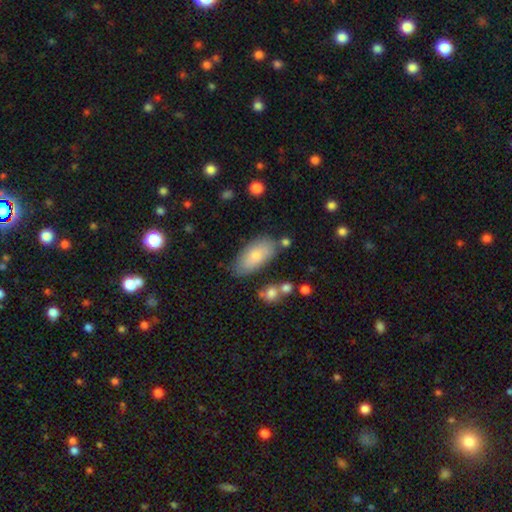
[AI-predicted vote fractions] This is likely a smooth galaxy (78%). How rounded: clearly in between (91%). Merging: likely none (73%).